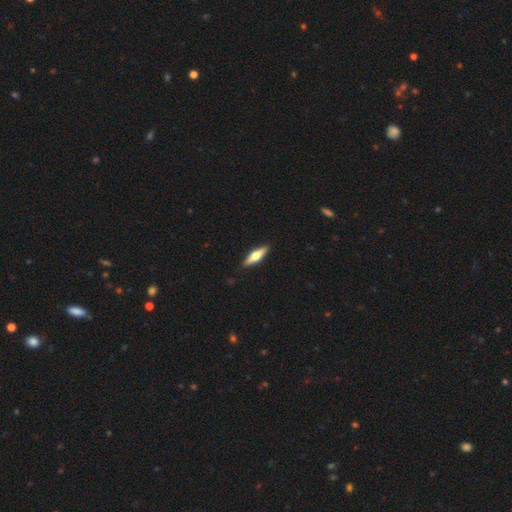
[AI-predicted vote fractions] The model was most divided on "smooth or featured": featured or disk: 53%, smooth: 42%, star or artifact: 5%. More confident: edge-on disk — yes (94%); merging — none (90%).